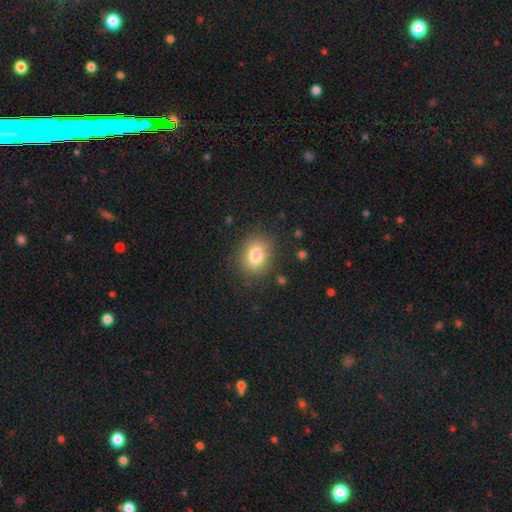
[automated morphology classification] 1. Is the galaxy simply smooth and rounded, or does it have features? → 81% smooth, 10% star or artifact, 9% featured or disk.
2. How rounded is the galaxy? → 52% in between, 47% round, 1% cigar-shaped.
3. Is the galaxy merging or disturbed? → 84% none, 11% minor disturbance, 4% major disturbance, 1% merger.